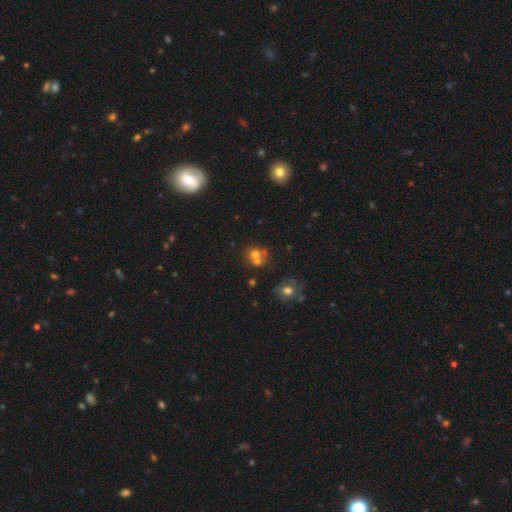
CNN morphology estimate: This appears to be a smooth galaxy with no disk features (65%) that is round (73%). Merging: merger (50%).